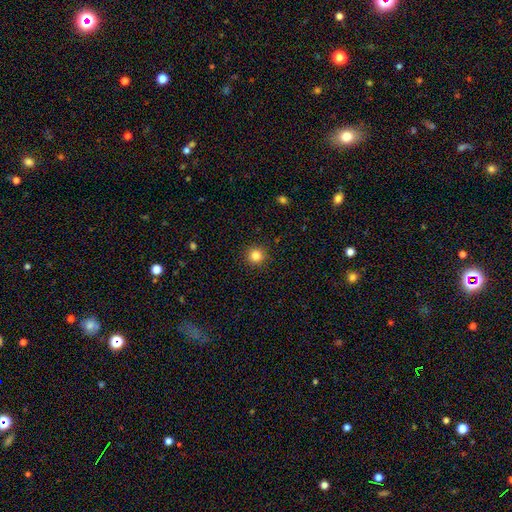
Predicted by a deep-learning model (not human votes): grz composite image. It shows a smooth galaxy with no disk features (84%) that is round (95%). Merging: none (92%).